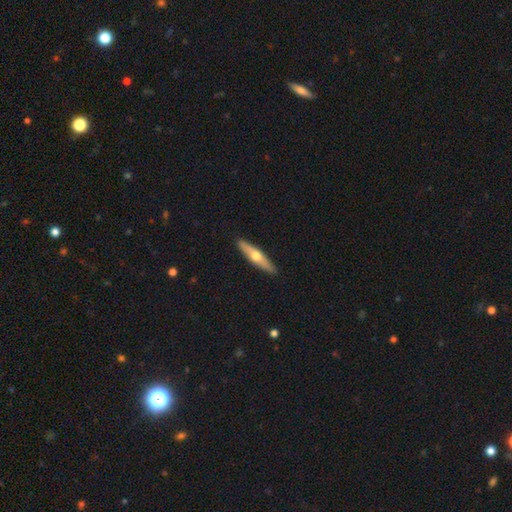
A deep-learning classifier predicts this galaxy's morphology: Smooth or featured? featured or disk (53%)
Edge-on disk? yes (90%)
Merging? none (90%)